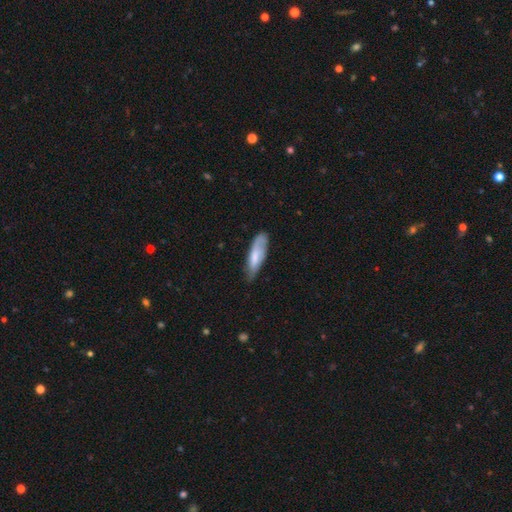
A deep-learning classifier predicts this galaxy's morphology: This is likely a smooth galaxy (66%). How rounded: possibly cigar-shaped (50%). Merging: likely none (61%).